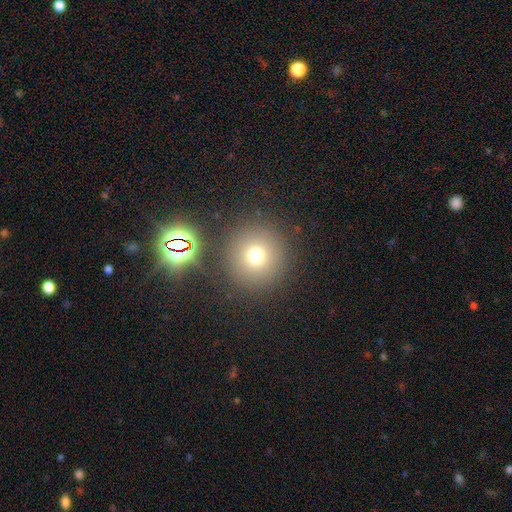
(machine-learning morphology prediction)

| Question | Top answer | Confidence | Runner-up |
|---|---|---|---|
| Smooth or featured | smooth | 70% | star or artifact (19%) |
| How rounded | round | 95% | in between (4%) |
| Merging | none | 84% | minor disturbance (7%) |